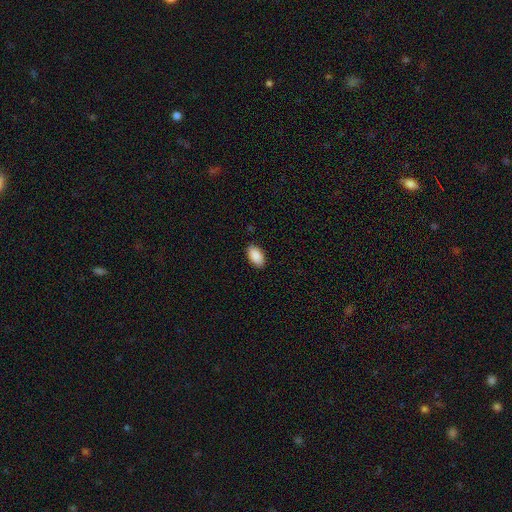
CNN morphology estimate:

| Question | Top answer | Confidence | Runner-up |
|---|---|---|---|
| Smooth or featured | smooth | 91% | star or artifact (6%) |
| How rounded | in between | 95% | round (4%) |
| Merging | none | 88% | minor disturbance (9%) |